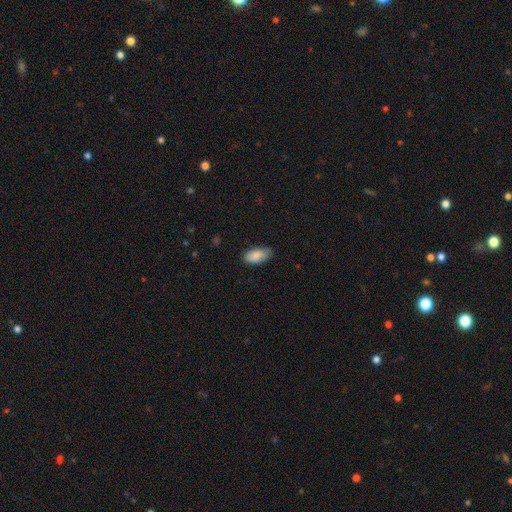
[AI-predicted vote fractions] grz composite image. It shows a smooth galaxy with no disk features (88%) that is in between round and cigar-shaped (94%). Merging: none (77%).